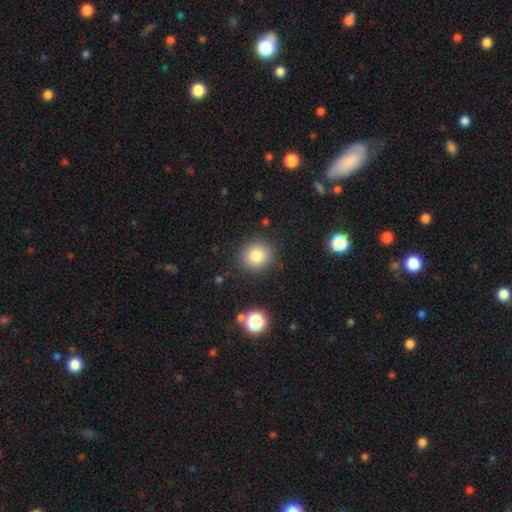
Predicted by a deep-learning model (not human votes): Q: Smooth or featured?
A: smooth (83%); runner-up: star or artifact (11%)
Q: How rounded?
A: round (88%); runner-up: in between (11%)
Q: Merging?
A: none (88%); runner-up: minor disturbance (8%)